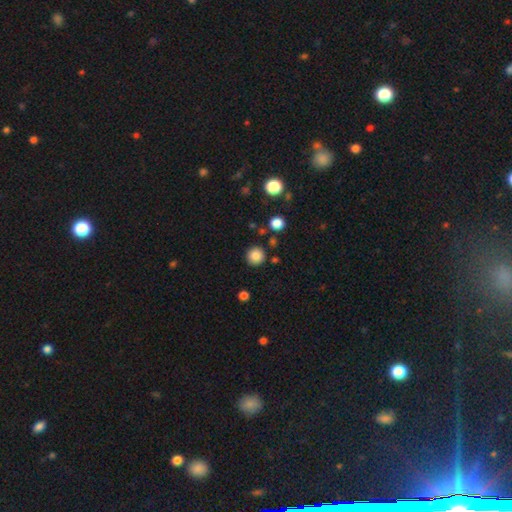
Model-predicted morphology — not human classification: This is clearly a smooth galaxy (84%). How rounded: clearly round (93%). Merging: clearly none (88%).